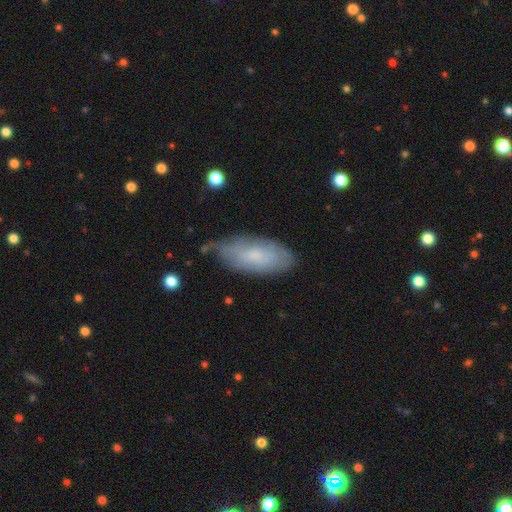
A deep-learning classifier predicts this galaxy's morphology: Smooth or featured? Predicted: smooth (p=0.57). How rounded? Predicted: in between (p=0.85). Merging? Predicted: none (p=0.62).